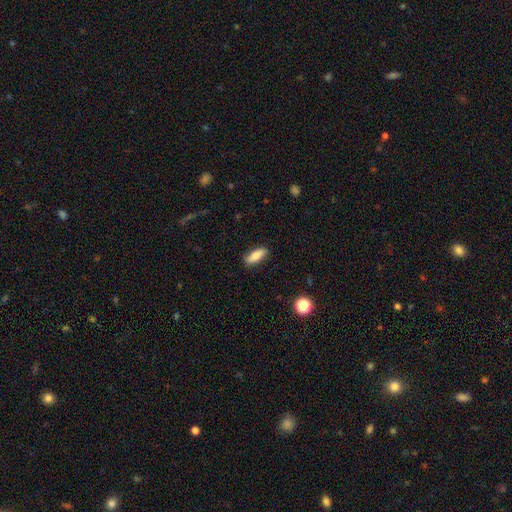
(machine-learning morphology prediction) Smooth or featured?
  - smooth: 83% *
  - featured or disk: 10%
  - star or artifact: 7%
How rounded?
  - in between: 67% *
  - cigar-shaped: 31%
  - round: 3%
Merging?
  - none: 84% *
  - minor disturbance: 12%
  - major disturbance: 2%
  - merger: 1%